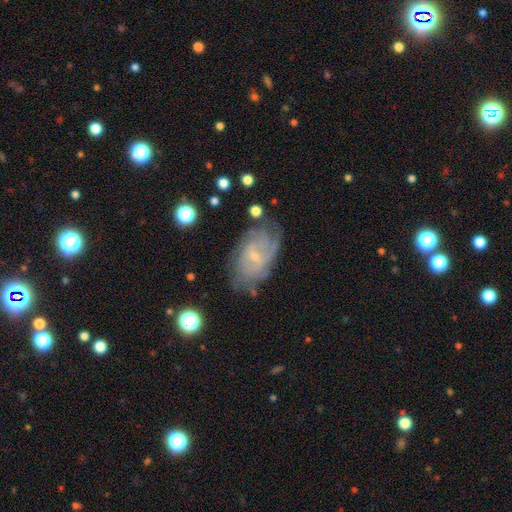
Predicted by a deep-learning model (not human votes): The model was most divided on "bar": weak: 51%, no: 39%, strong: 10%. Remaining: edge-on disk — no (95%); spiral arms — yes (86%); bulge size — small (76%); smooth or featured — featured or disk (75%); merging — none (64%); spiral winding — tight (52%); spiral arm count — can't tell (50%).